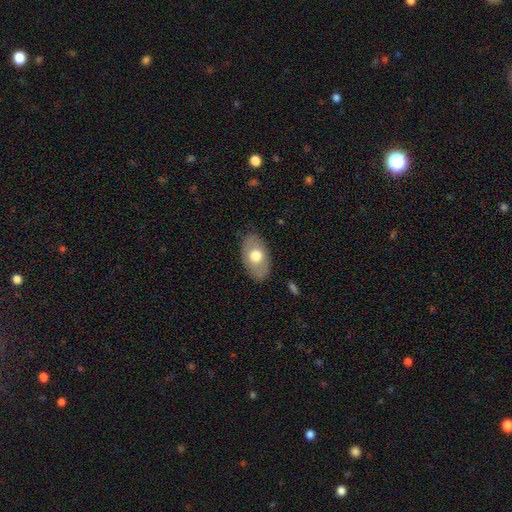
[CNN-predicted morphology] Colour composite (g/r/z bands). It shows a smooth galaxy with no disk features (64%) that is in between round and cigar-shaped (90%). Merging: none (83%).